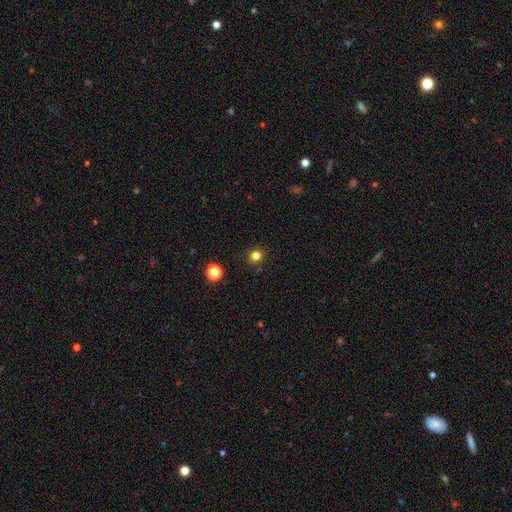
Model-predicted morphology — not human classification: Overall: smooth (81%). How rounded: round (92%). Merging: none (90%).